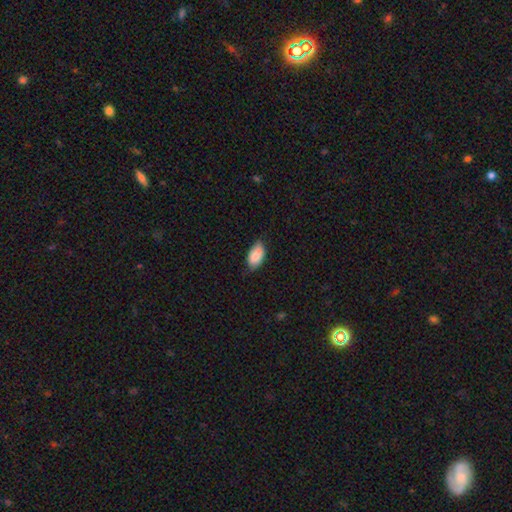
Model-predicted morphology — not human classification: Smooth or featured? Predicted: smooth (p=0.82). How rounded? Predicted: in between (p=0.94). Merging? Predicted: none (p=0.67).